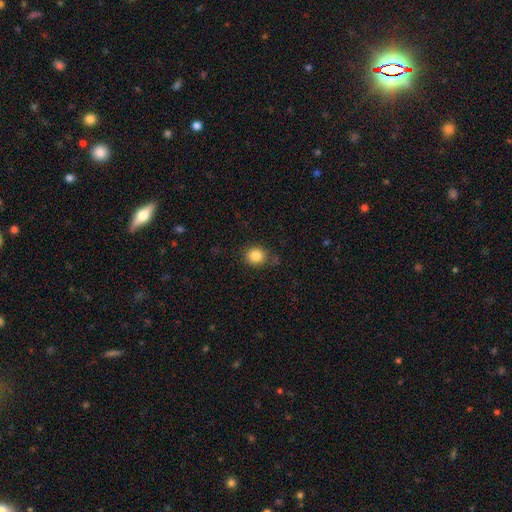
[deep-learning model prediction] Smooth or featured?
  - smooth: 85% *
  - star or artifact: 10%
  - featured or disk: 4%
How rounded?
  - round: 85% *
  - in between: 14%
  - cigar-shaped: 1%
Merging?
  - none: 80% *
  - minor disturbance: 13%
  - major disturbance: 4%
  - merger: 3%